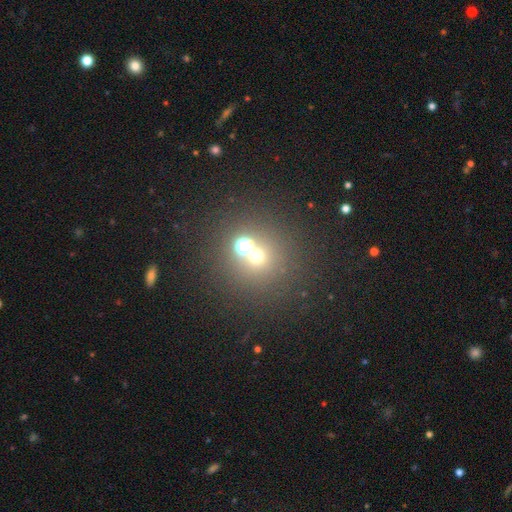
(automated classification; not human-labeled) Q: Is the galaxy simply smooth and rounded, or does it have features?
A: smooth — 57%.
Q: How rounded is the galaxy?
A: round — 90%.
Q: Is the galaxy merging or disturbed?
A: none — 61%.